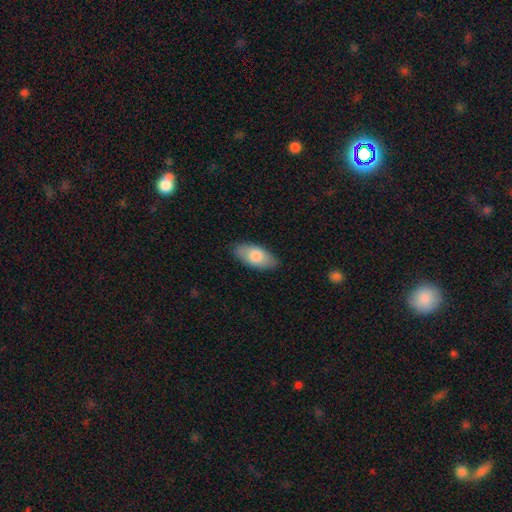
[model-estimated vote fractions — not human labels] A smooth galaxy with no disk features (78%) that is in between round and cigar-shaped (91%). Merging: none (83%).